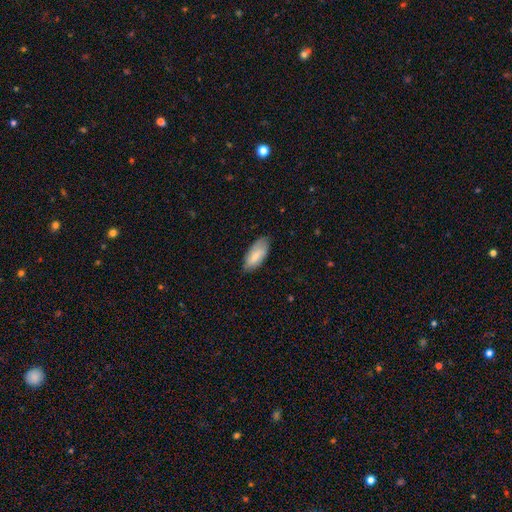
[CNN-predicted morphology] The model was most divided on "merging": none: 75%, minor disturbance: 20%, major disturbance: 3%, merger: 1%. More confident: how rounded — in between (88%); smooth or featured — smooth (78%).